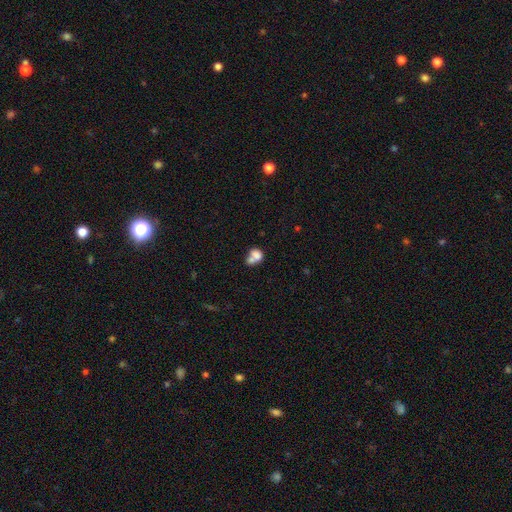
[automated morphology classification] Smooth or featured? smooth (73%)
How rounded? in between (56%)
Merging? merger (62%)